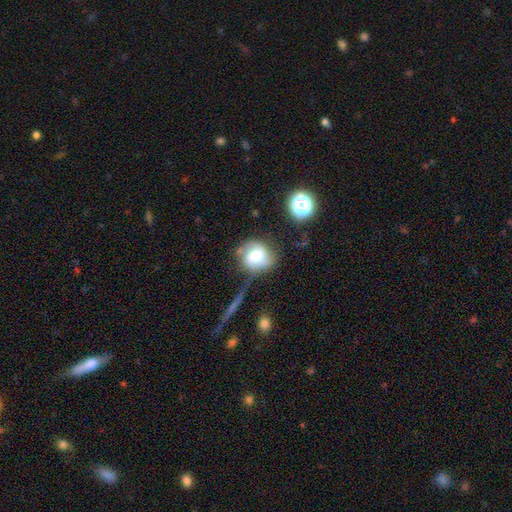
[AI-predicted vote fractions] Smooth or featured? smooth (54%)
How rounded? round (77%)
Merging? none (56%)